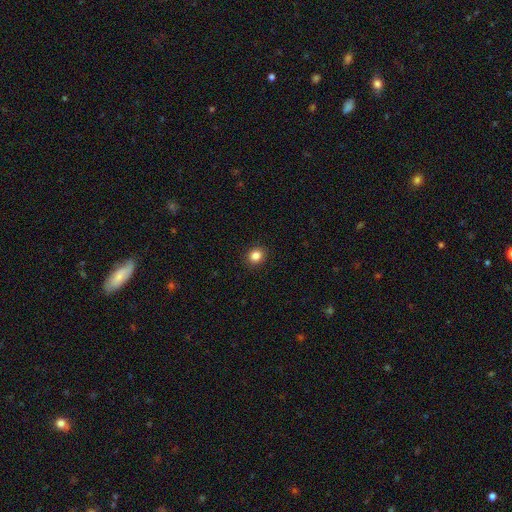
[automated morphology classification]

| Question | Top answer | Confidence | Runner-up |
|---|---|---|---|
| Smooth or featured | smooth | 85% | star or artifact (11%) |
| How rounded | round | 78% | in between (21%) |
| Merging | none | 92% | minor disturbance (6%) |